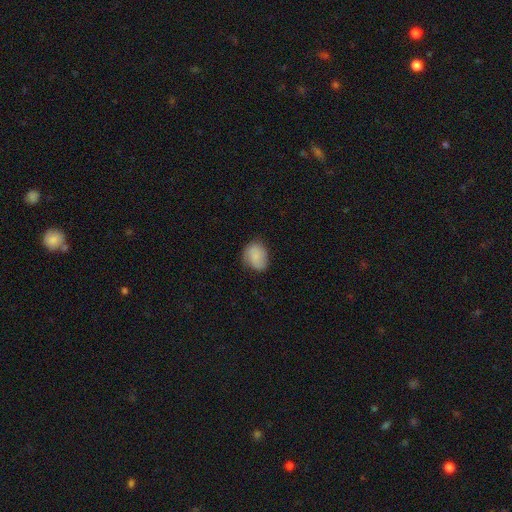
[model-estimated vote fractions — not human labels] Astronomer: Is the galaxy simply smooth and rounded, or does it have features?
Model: smooth — 70%.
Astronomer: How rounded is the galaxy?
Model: in between — 58% (runner-up: round, 41%).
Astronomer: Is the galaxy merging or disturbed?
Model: none — 69%.